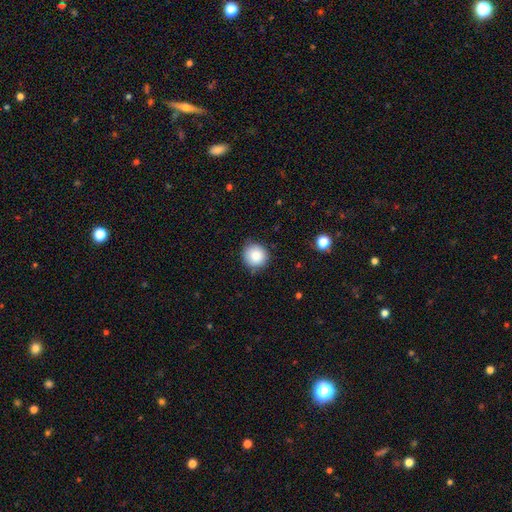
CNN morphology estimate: smooth 85%, star or artifact 9%, featured or disk 6%. Down the decision tree: how rounded — round (93%); merging — none (82%).